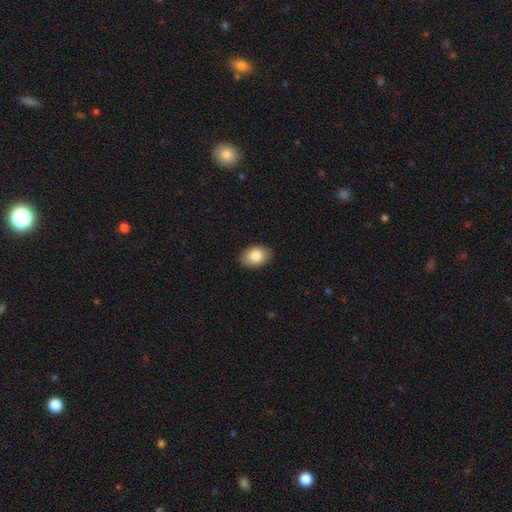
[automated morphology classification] Smooth or featured? Predicted: smooth (p=0.84). How rounded? Predicted: in between (p=0.81). Merging? Predicted: none (p=0.89).